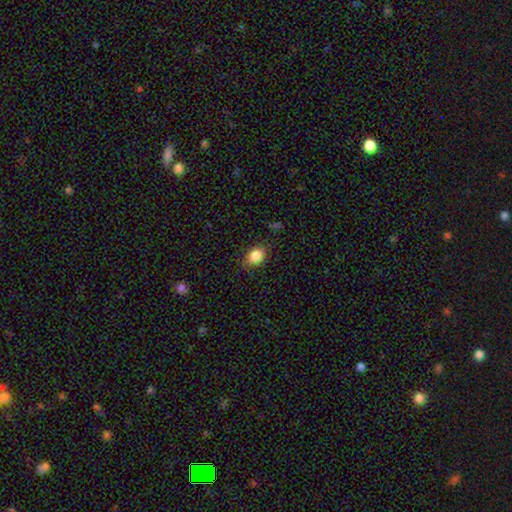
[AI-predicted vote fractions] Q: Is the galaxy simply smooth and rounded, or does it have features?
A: smooth — 85%.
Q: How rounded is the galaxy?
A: in between — 53%.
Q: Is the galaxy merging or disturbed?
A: none — 79%.